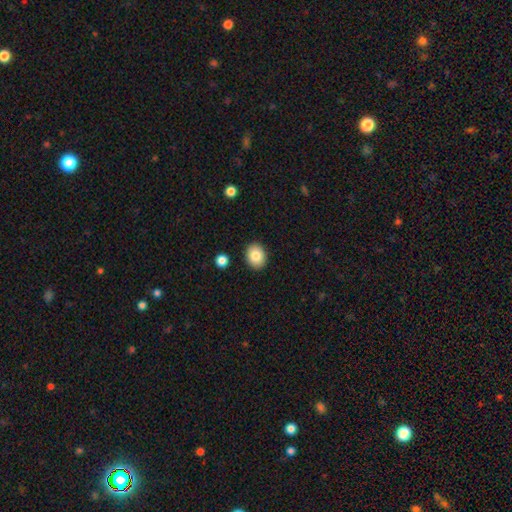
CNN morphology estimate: The model was most divided on "how rounded": in between: 55%, round: 44%, cigar-shaped: 1%. More confident: merging — none (90%); smooth or featured — smooth (85%).